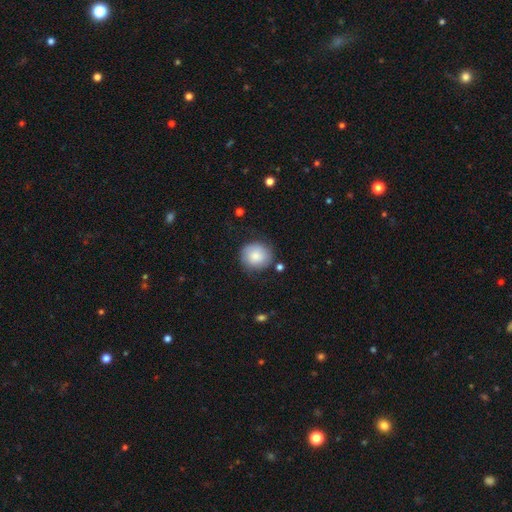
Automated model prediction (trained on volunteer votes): Smooth or featured? smooth (81%)
How rounded? round (89%)
Merging? none (78%)